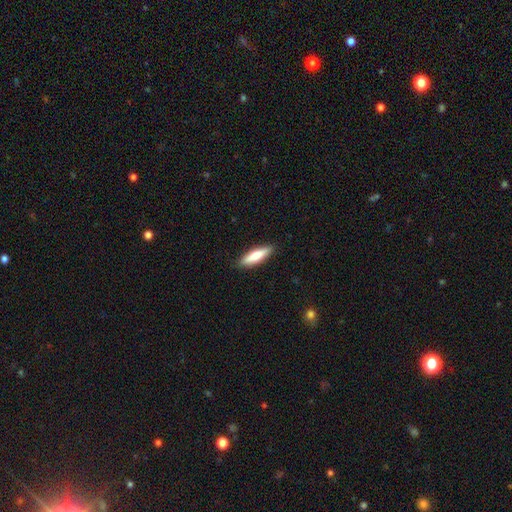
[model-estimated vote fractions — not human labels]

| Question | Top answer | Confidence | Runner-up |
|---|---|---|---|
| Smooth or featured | smooth | 72% | featured or disk (22%) |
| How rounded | cigar-shaped | 68% | in between (30%) |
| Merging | none | 89% | minor disturbance (8%) |